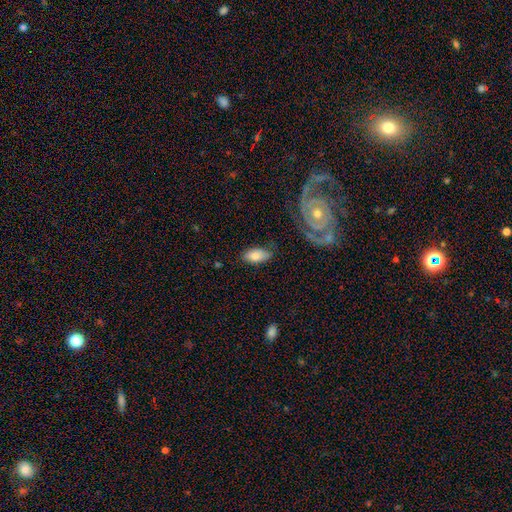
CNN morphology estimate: type=smooth (75%); roundness=in between (91%); merging=none (70%).